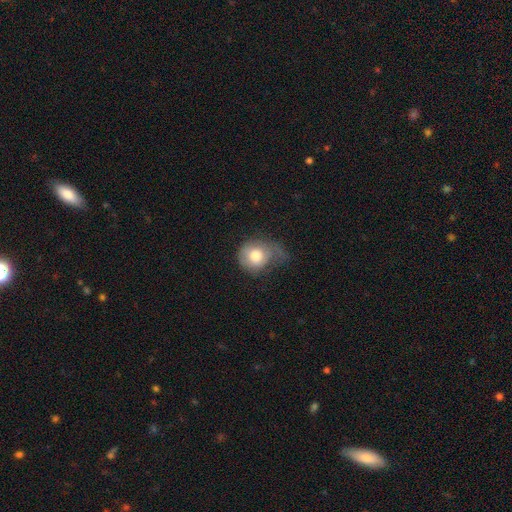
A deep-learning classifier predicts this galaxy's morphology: smooth_or_featured: smooth (p=0.73) [alt: featured or disk p=0.19]
how_rounded: round (p=0.71) [alt: in between p=0.28]
merging: major disturbance (p=0.36) [tied with: minor disturbance p=0.36]